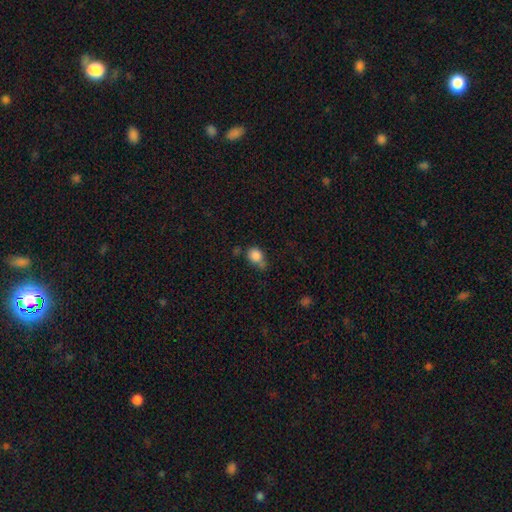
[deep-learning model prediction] Smooth or featured: smooth — 85% (star or artifact — 10%)
How rounded: round — 62% (in between — 36%)
Merging: none — 47% (minor disturbance — 28%)